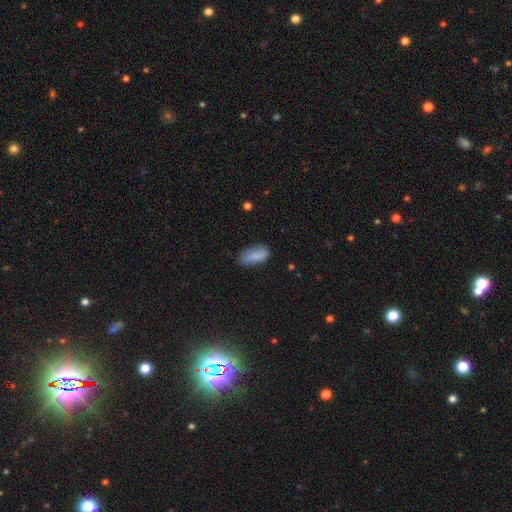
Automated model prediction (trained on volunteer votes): smooth-or-featured: smooth: 79% | featured or disk: 13% | star or artifact: 8%
  how-rounded: in between: 85% | cigar-shaped: 13% | round: 3%
  merging: none: 63% | minor disturbance: 28% | major disturbance: 7% | merger: 2%